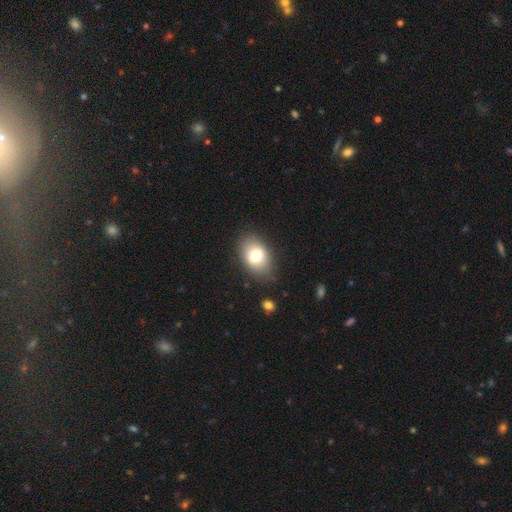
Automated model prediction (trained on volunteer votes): smooth_or_featured: smooth (p=0.78) [alt: featured or disk p=0.14]
how_rounded: in between (p=0.83) [alt: round p=0.16]
merging: none (p=0.80) [alt: minor disturbance p=0.14]